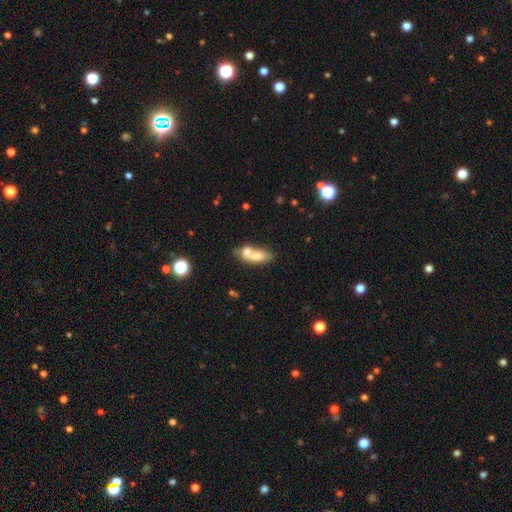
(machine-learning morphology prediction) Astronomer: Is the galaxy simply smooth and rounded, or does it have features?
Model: smooth — 67%.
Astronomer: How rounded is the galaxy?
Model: in between — 69%.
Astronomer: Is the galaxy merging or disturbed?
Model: merger — 55%.